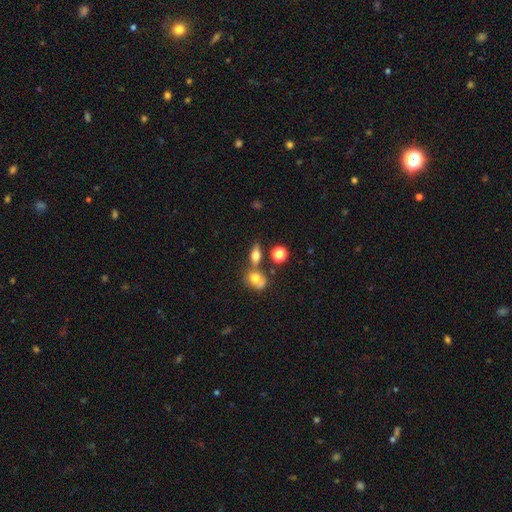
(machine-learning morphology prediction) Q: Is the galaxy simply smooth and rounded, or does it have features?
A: smooth — 62%.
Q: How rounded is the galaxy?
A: in between — 64%.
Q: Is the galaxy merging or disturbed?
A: none — 58%.